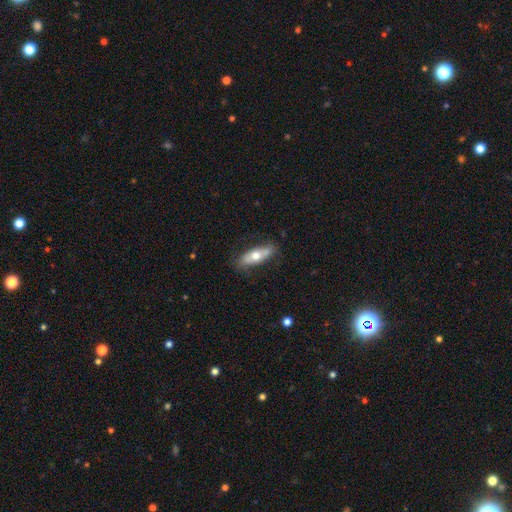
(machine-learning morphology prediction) type=smooth (57%); roundness=in between (58%); merging=none (78%).